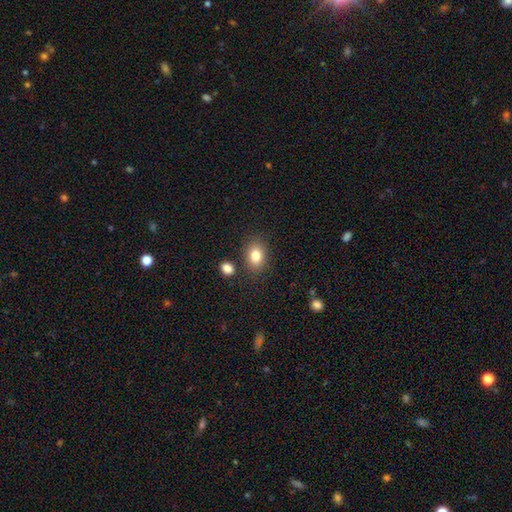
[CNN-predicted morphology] Smooth or featured: smooth — 83% (star or artifact — 9%)
How rounded: in between — 71% (round — 28%)
Merging: none — 81% (minor disturbance — 10%)